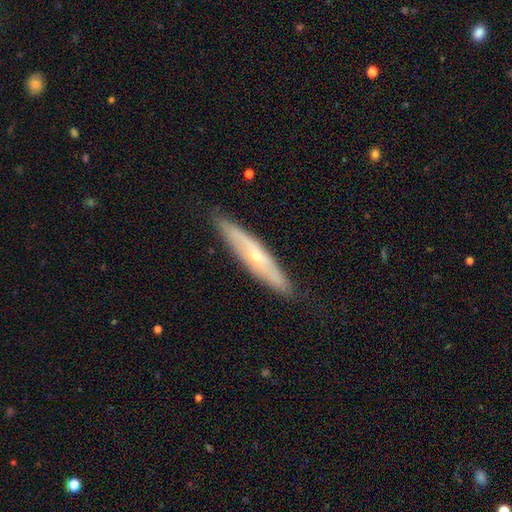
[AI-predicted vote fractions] This is likely a featured or disk galaxy (60%). It is likely viewed edge-on (75%). Merging: clearly none (83%).